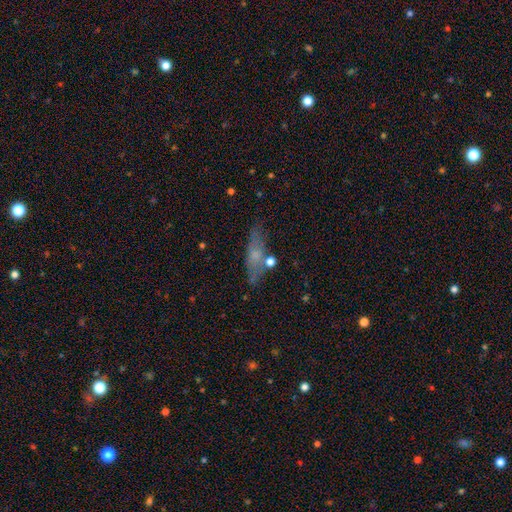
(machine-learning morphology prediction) Smooth or featured? Predicted: smooth (p=0.53). How rounded? Predicted: cigar-shaped (p=0.57). Merging? Predicted: none (p=0.71).